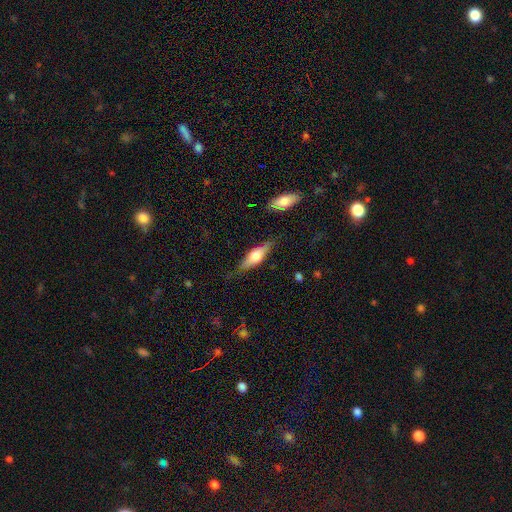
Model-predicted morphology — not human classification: Smooth or featured: featured or disk — 47% (smooth — 46%)
Merging: none — 74% (minor disturbance — 18%)